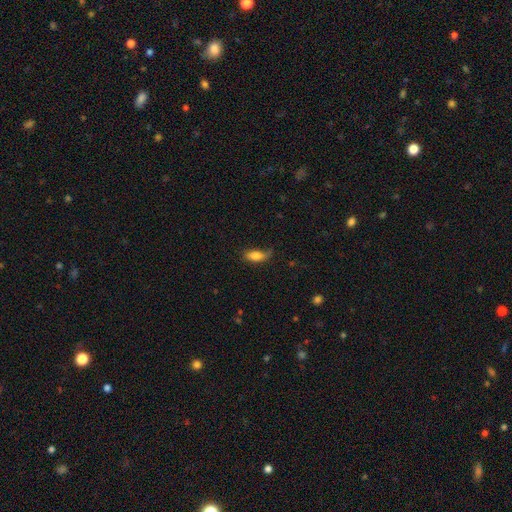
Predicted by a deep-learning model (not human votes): Smooth or featured? Predicted: smooth (p=0.80). How rounded? Predicted: in between (p=0.81). Merging? Predicted: none (p=0.57).